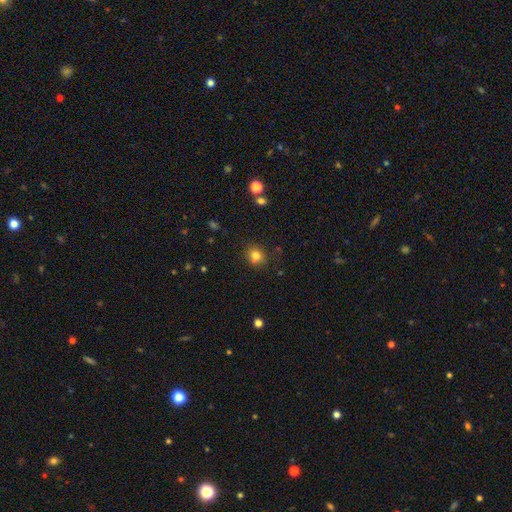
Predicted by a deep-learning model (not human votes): A smooth galaxy with no disk features (80%) that is round (79%). Merging: none (83%).